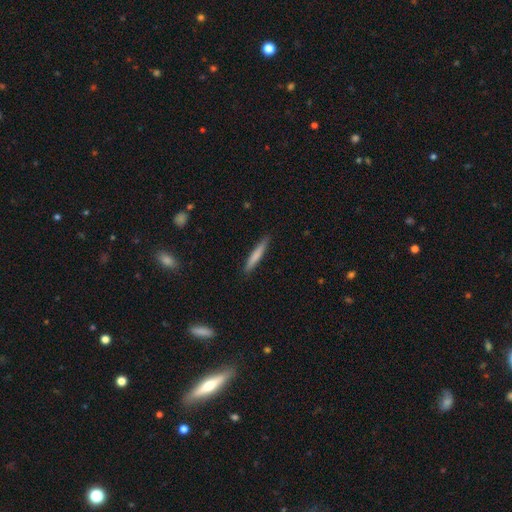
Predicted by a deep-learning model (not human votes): Smooth or featured: smooth — 75% (featured or disk — 20%)
How rounded: cigar-shaped — 94% (in between — 5%)
Merging: none — 89% (minor disturbance — 8%)